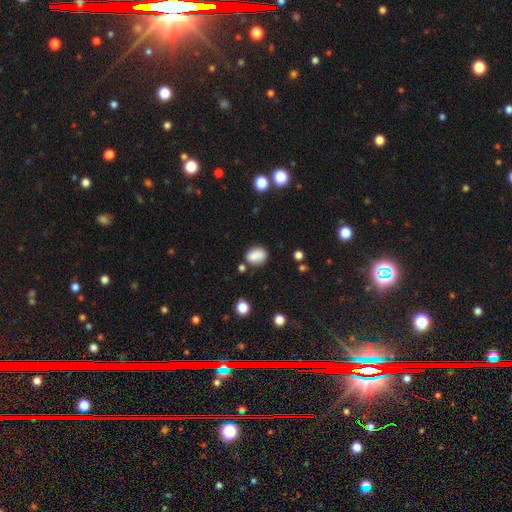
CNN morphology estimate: Smooth or featured: smooth — 84% (star or artifact — 10%)
How rounded: in between — 64% (round — 34%)
Merging: none — 70% (minor disturbance — 18%)